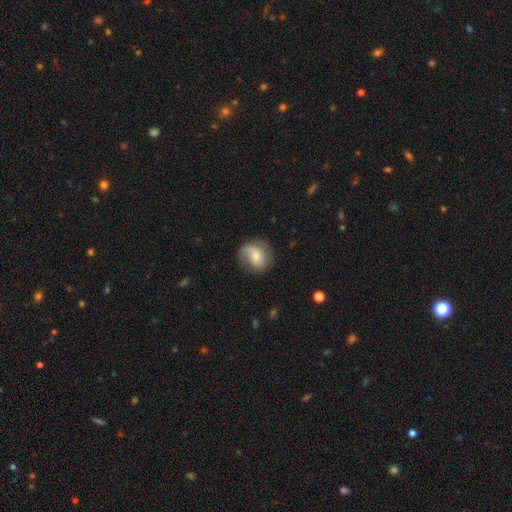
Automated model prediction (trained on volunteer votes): Overall: smooth (47%; featured or disk 46%). Merging: none (61%; minor disturbance 23%).